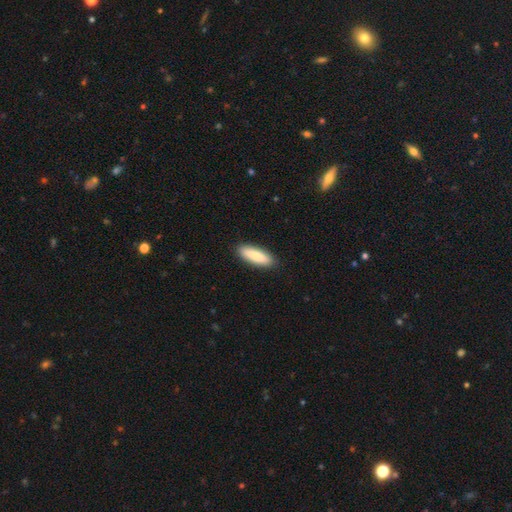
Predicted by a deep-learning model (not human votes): Smooth or featured: smooth — 85% (featured or disk — 10%)
How rounded: in between — 51% (cigar-shaped — 47%)
Merging: none — 90% (minor disturbance — 8%)